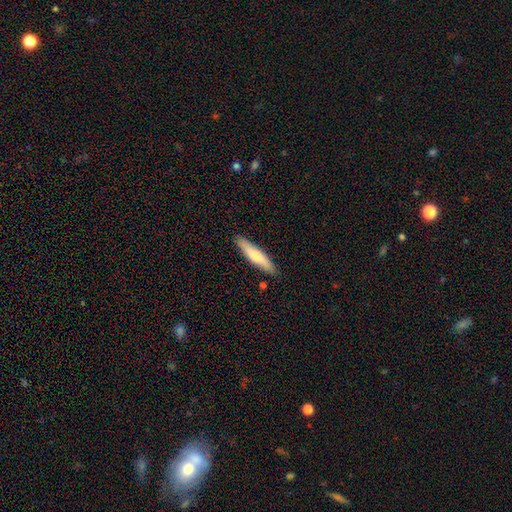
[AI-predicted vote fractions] Q: Smooth or featured?
A: smooth (70%); runner-up: featured or disk (24%)
Q: How rounded?
A: cigar-shaped (83%); runner-up: in between (16%)
Q: Merging?
A: none (87%); runner-up: minor disturbance (9%)